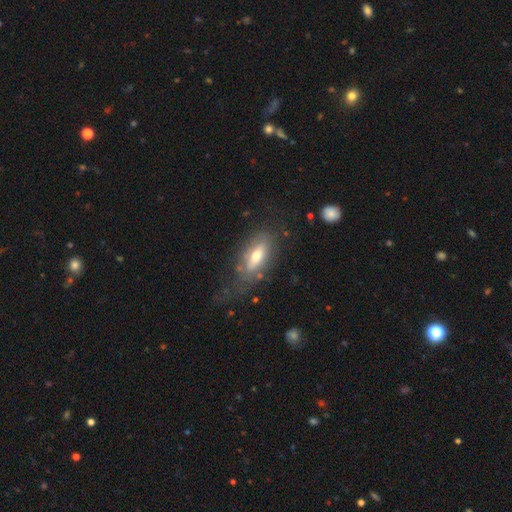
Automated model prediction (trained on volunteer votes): The model was most divided on "smooth or featured": smooth: 48%, featured or disk: 44%, star or artifact: 8%. Remaining: merging — none (47%).